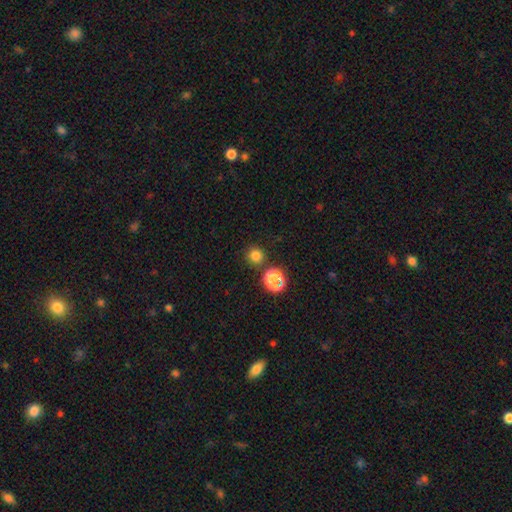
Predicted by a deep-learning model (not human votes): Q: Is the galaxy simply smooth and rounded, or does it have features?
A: smooth — 77%.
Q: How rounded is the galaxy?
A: round — 92%.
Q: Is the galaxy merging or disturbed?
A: none — 82%.